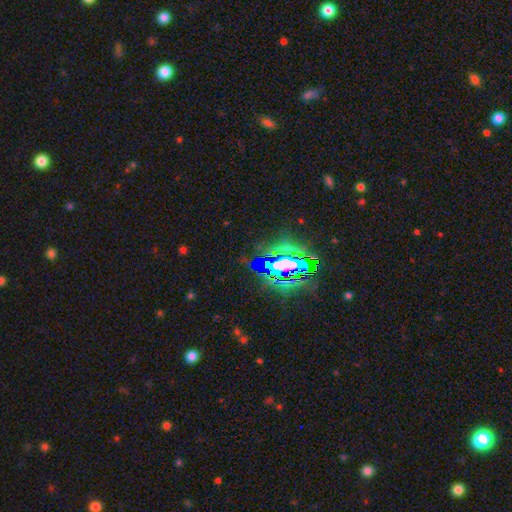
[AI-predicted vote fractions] A star or artifact, not a galaxy (67%).

Vote fractions:
- Smooth or featured? star or artifact: 67% / featured or disk: 17% / smooth: 17%